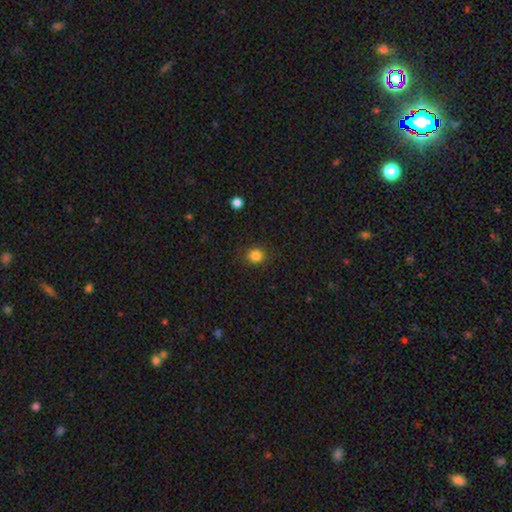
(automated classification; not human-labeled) Morphology: type=smooth (84%); roundness=round (87%); merging=none (88%).